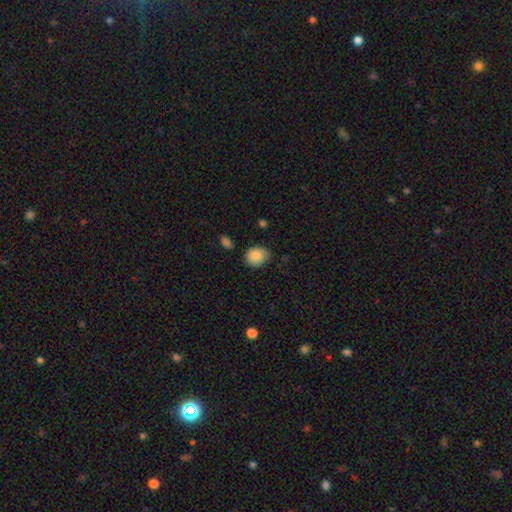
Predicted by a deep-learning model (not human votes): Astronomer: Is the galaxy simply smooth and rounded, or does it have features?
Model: smooth — 85%.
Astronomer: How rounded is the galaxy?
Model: round — 54% (runner-up: in between, 45%).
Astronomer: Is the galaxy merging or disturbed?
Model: none — 69%.